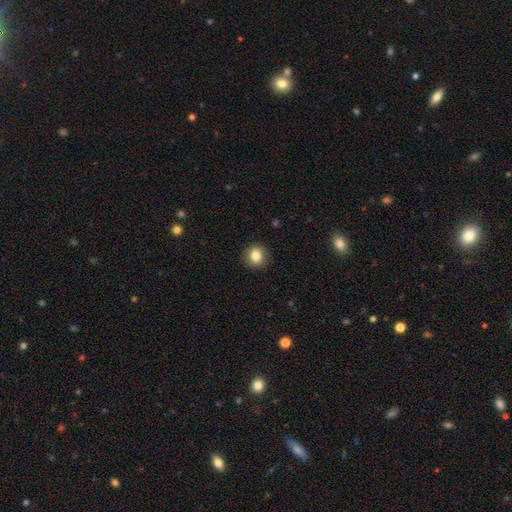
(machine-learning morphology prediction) Smooth or featured? smooth (82%)
How rounded? round (83%)
Merging? none (90%)